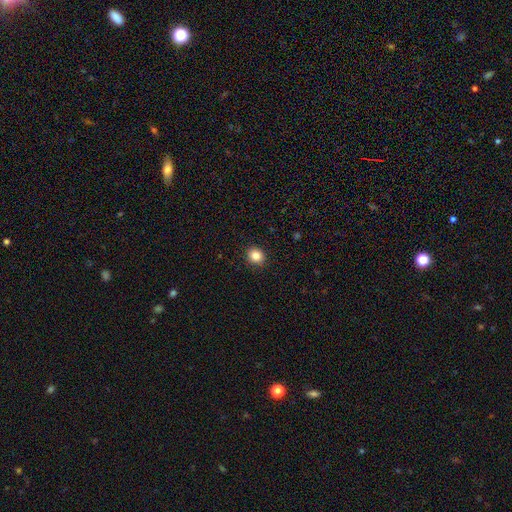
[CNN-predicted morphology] The model was most divided on "how rounded": round: 82%, in between: 17%, cigar-shaped: 1%. More confident: merging — none (92%); smooth or featured — smooth (85%).